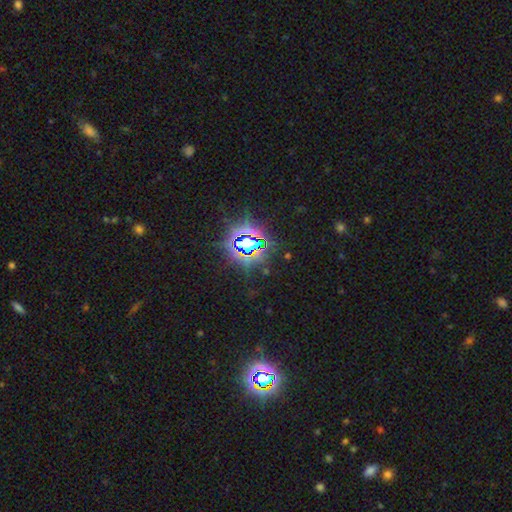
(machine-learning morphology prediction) Smooth or featured? star or artifact (80%)